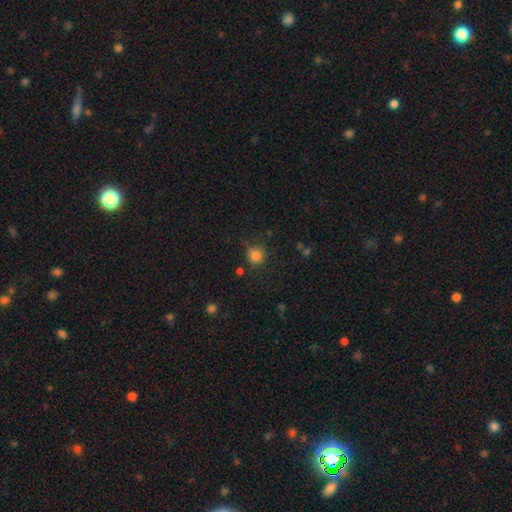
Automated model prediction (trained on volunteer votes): A smooth galaxy with no disk features (83%) that is round (89%). Merging: none (72%).